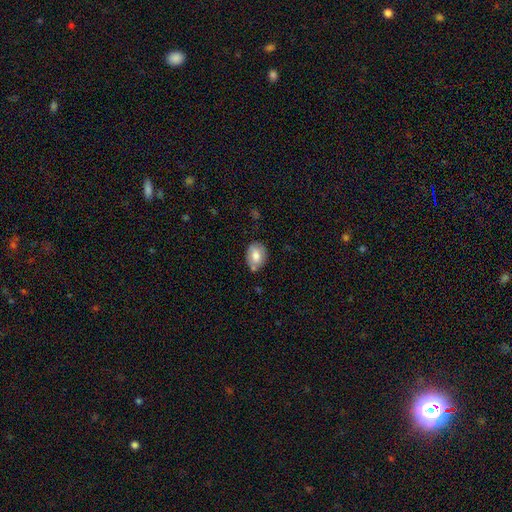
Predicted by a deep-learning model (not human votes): smooth-or-featured: smooth: 71% | featured or disk: 22% | star or artifact: 7%
  how-rounded: in between: 72% | round: 27% | cigar-shaped: 1%
  merging: none: 68% | minor disturbance: 22% | merger: 6% | major disturbance: 4%